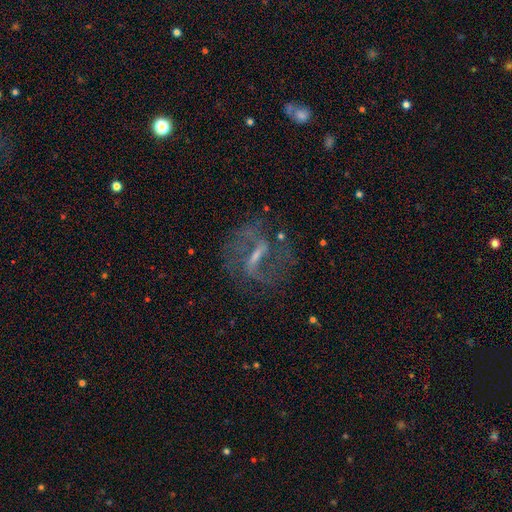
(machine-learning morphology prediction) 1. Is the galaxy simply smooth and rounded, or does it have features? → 78% featured or disk, 11% smooth, 10% star or artifact.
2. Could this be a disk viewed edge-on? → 91% no, 9% yes.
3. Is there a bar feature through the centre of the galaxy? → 51% strong, 38% weak, 11% no.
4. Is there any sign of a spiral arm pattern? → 81% yes, 19% no.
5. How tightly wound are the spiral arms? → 44% medium, 41% loose, 15% tight.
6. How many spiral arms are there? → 78% 2, 11% can't tell, 5% 1, 3% 3, 2% 4, 1% more than 4.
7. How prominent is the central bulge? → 49% small, 25% moderate, 22% none, 3% large, 1% dominant.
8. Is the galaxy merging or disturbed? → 64% none, 18% major disturbance, 16% minor disturbance, 3% merger.